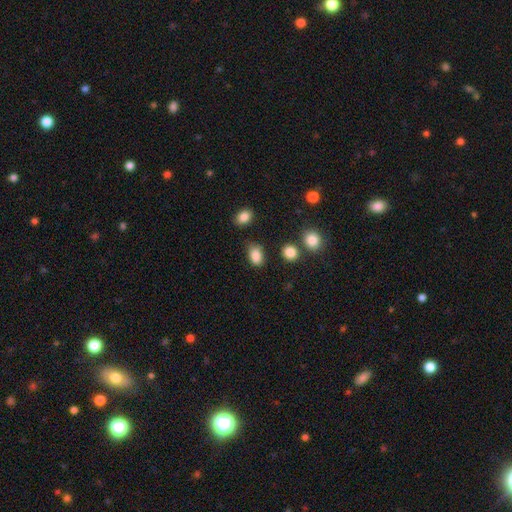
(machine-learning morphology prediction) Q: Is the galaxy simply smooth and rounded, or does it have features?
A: smooth — 86%.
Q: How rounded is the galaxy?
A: in between — 81%.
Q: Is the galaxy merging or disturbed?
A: none — 68%.